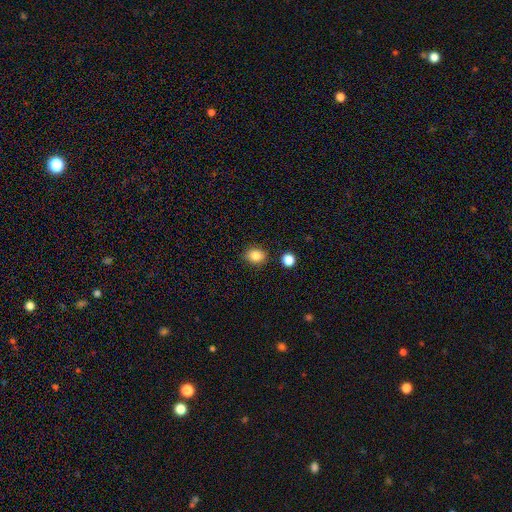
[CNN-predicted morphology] The model was most divided on "how rounded": round: 53%, in between: 46%, cigar-shaped: 1%. More confident: smooth or featured — smooth (85%); merging — none (83%).